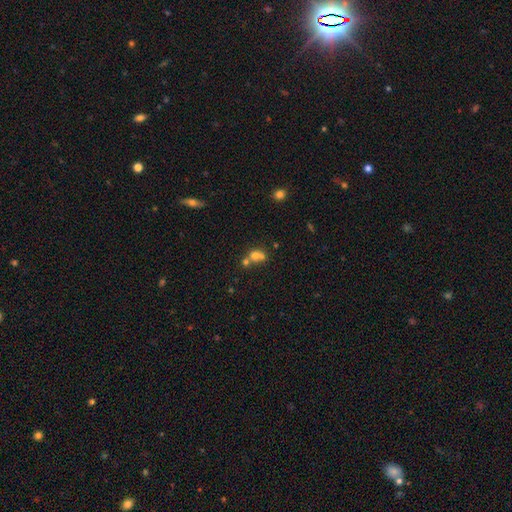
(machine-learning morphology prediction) This appears to be a smooth galaxy with no disk features (66%) that is round (73%). Merging: merger (58%).